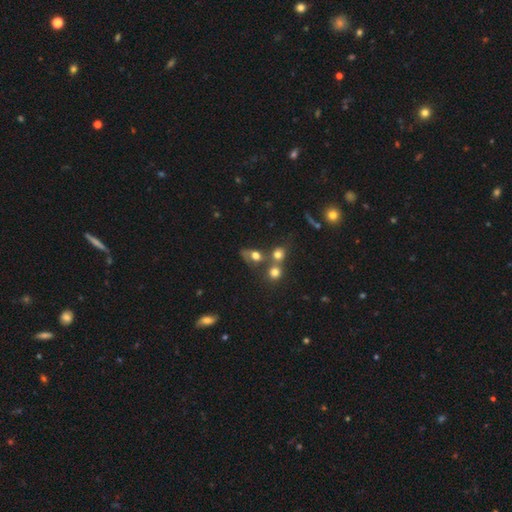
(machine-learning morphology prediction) This appears to be a smooth galaxy with no disk features (65%) that is in between round and cigar-shaped (55%). Merging: merger (38%).